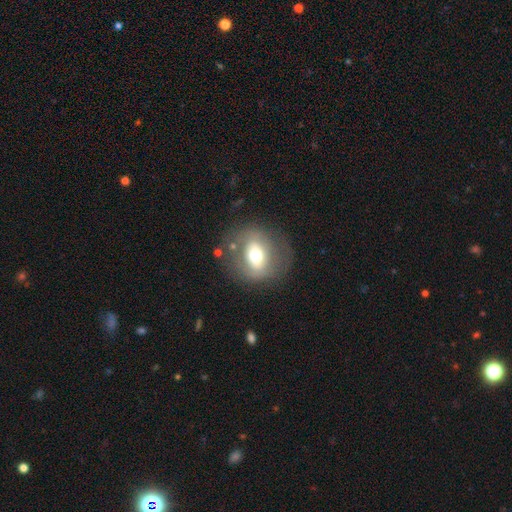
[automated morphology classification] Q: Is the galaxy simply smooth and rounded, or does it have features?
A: smooth — 48%.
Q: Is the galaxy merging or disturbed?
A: none — 71%.